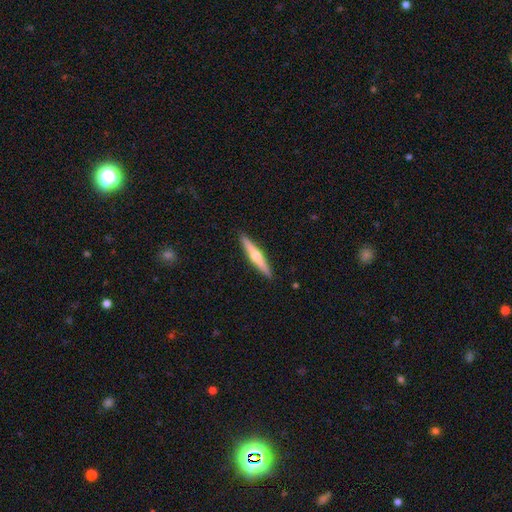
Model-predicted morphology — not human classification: A featured or disk galaxy (56%) viewed edge-on (96%) with a rounded central bulge (89%). Merging: none (92%).